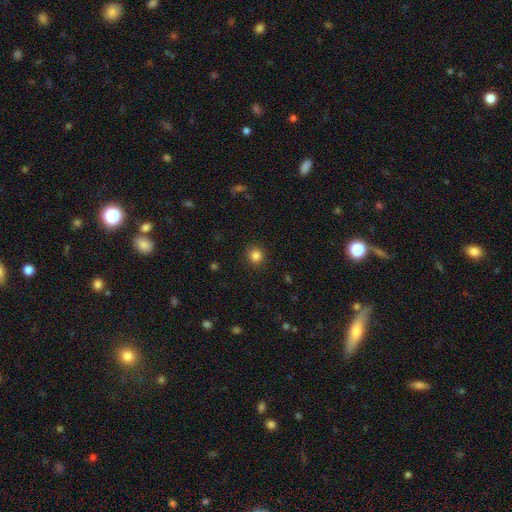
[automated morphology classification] Smooth or featured? Predicted: smooth (p=0.84). How rounded? Predicted: round (p=0.91). Merging? Predicted: none (p=0.90).